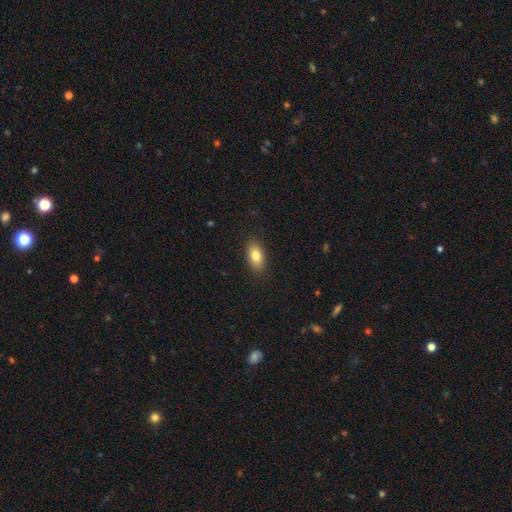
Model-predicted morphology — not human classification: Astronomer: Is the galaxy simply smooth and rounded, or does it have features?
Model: smooth — 81%.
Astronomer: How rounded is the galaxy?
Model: in between — 89%.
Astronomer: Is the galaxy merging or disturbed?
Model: none — 87%.